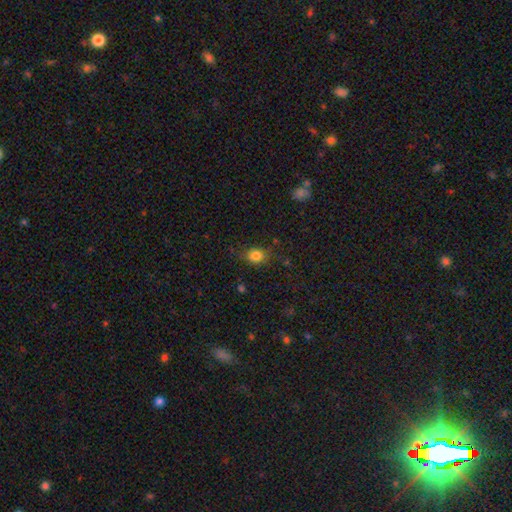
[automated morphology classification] Overall: smooth (82%). How rounded: round (50%; in between 48%). Merging: none (75%).